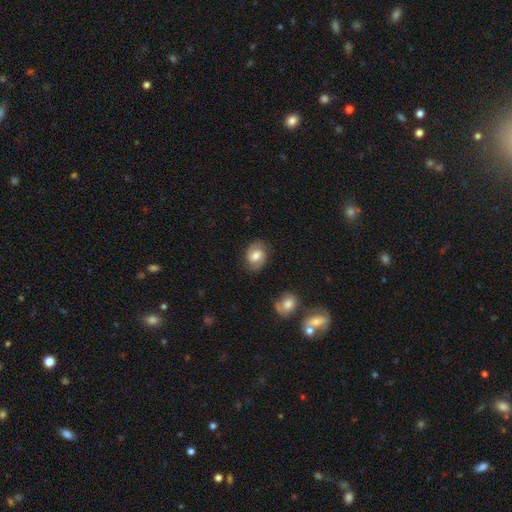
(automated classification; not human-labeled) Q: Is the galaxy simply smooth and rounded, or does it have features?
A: featured or disk — 48%.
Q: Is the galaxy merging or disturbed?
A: none — 81%.